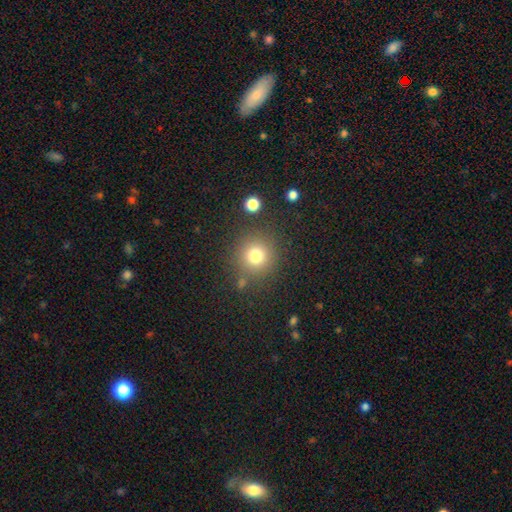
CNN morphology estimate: type=smooth (77%); roundness=round (93%); merging=none (82%).